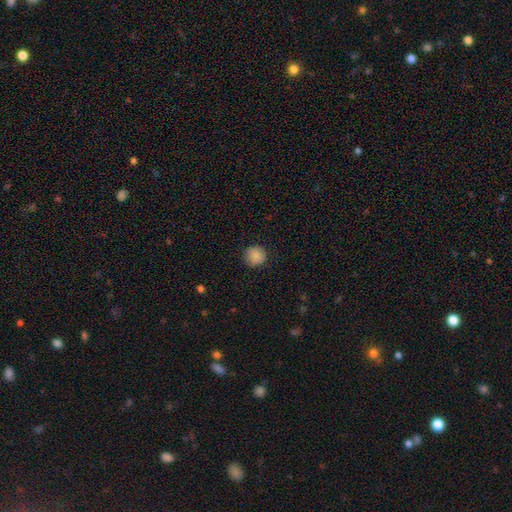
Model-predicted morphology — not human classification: This appears to be a smooth galaxy with no disk features (86%) that is round (93%). Merging: none (88%).